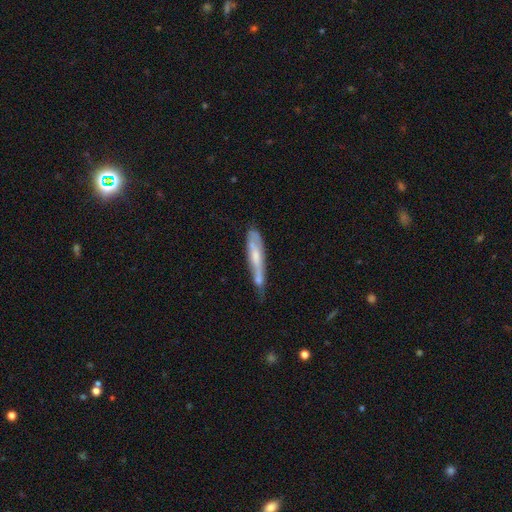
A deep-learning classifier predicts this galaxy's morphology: A featured or disk galaxy (51%) viewed edge-on (55%). Merging: none (35%).